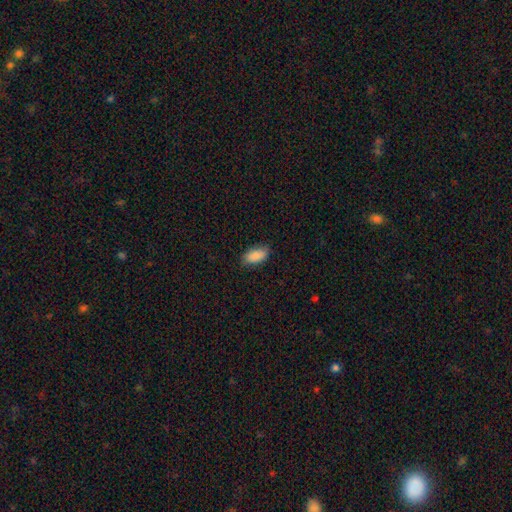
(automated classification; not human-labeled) A smooth galaxy with no disk features (88%) that is in between round and cigar-shaped (92%).

Vote fractions:
- Smooth or featured? smooth: 88% / star or artifact: 6% / featured or disk: 6%
- How rounded? in between: 92% / cigar-shaped: 5% / round: 3%
- Merging? none: 82% / minor disturbance: 15% / major disturbance: 3% / merger: 1%